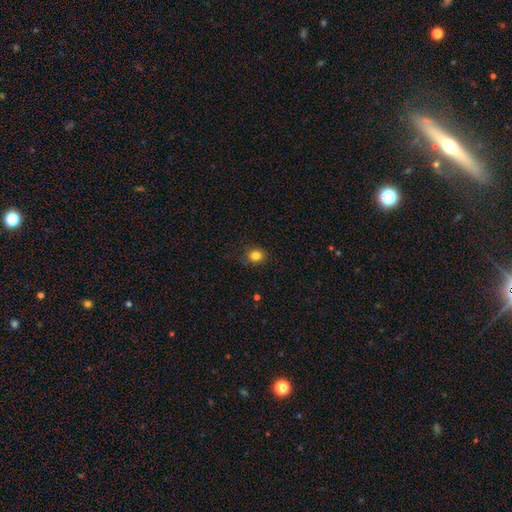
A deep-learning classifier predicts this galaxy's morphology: This appears to be a smooth galaxy with no disk features (82%) that is round (74%). Merging: none (82%).